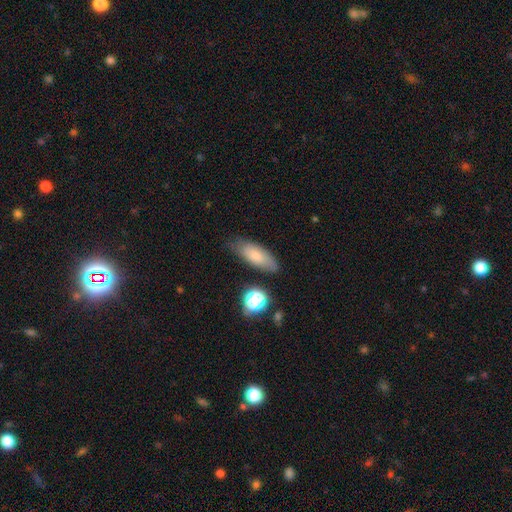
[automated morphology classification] A smooth galaxy with no disk features (76%) that is in between round and cigar-shaped (71%).

Vote fractions:
- Smooth or featured? smooth: 76% / featured or disk: 15% / star or artifact: 9%
- How rounded? in between: 71% / cigar-shaped: 26% / round: 3%
- Merging? none: 74% / minor disturbance: 19% / major disturbance: 4% / merger: 3%